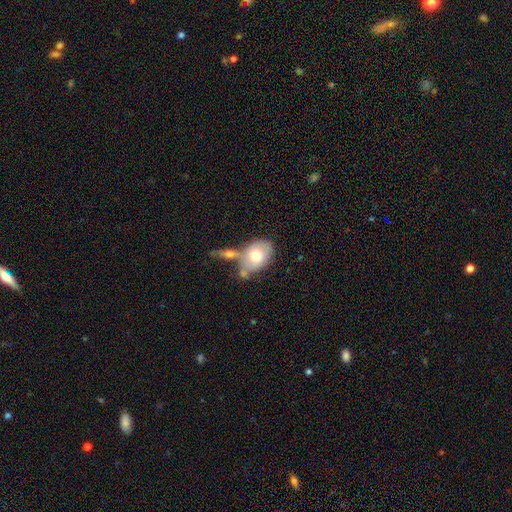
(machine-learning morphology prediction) This is likely a smooth galaxy (67%). How rounded: clearly in between (81%). Merging: marginally none (40%).